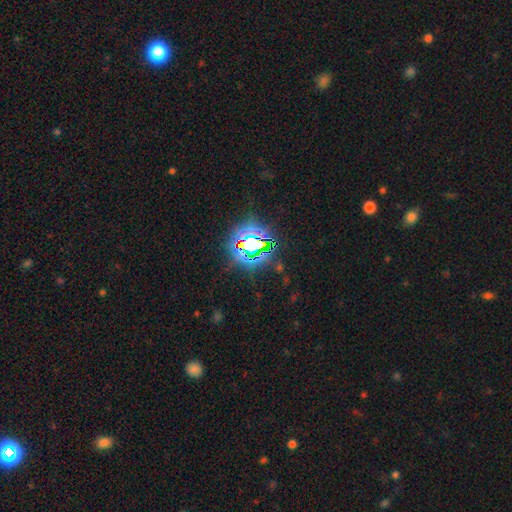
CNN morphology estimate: Q: Smooth or featured?
A: star or artifact (78%); runner-up: smooth (13%)